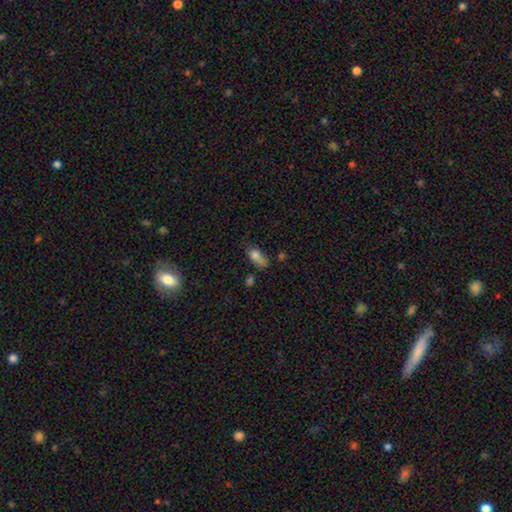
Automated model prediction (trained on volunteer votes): This appears to be a smooth galaxy with no disk features (76%) that is in between round and cigar-shaped (78%). Merging: none (36%).